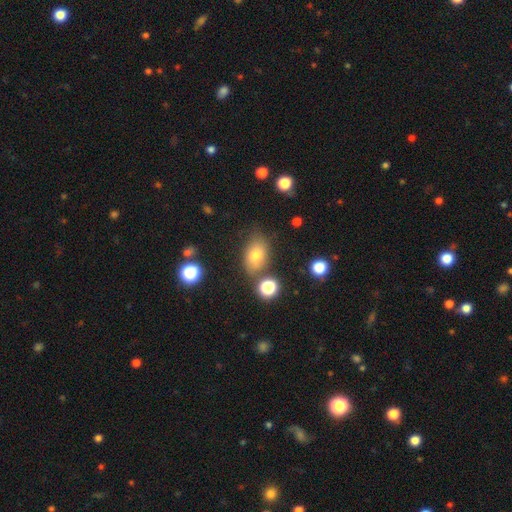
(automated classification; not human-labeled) smooth_or_featured: smooth (p=0.72) [alt: featured or disk p=0.15]
how_rounded: in between (p=0.82) [alt: round p=0.16]
merging: none (p=0.70) [alt: minor disturbance p=0.17]